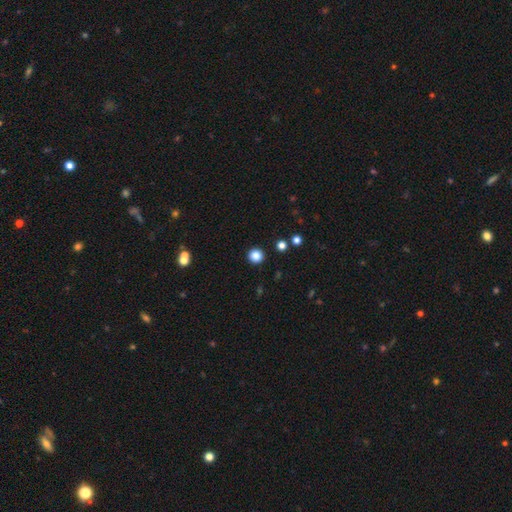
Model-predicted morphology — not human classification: Smooth or featured? smooth (85%)
How rounded? round (95%)
Merging? none (93%)